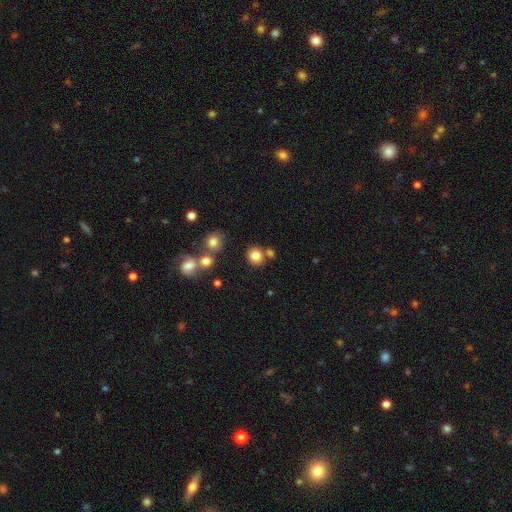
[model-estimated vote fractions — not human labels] smooth-or-featured: smooth: 82% | star or artifact: 11% | featured or disk: 7%
  how-rounded: round: 82% | in between: 17% | cigar-shaped: 1%
  merging: none: 75% | merger: 12% | minor disturbance: 9% | major disturbance: 3%